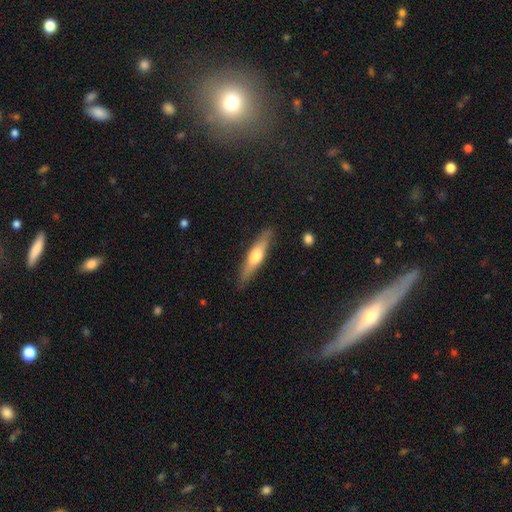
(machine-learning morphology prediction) A featured or disk galaxy (52%) viewed edge-on (93%). Merging: none (85%).